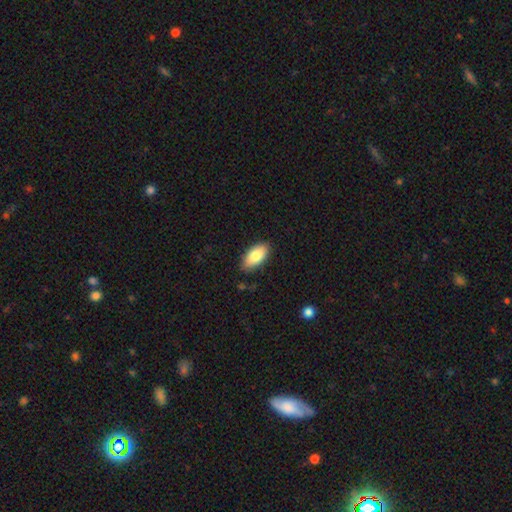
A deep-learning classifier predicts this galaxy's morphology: This is clearly a smooth galaxy (82%). How rounded: clearly in between (91%). Merging: clearly none (86%).